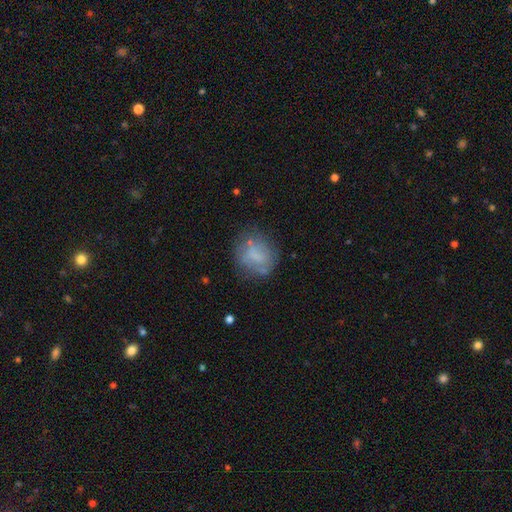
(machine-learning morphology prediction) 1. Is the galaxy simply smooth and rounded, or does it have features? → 60% smooth, 30% featured or disk, 10% star or artifact.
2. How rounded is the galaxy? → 65% round, 34% in between, 1% cigar-shaped.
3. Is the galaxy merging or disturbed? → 59% none, 23% minor disturbance, 13% major disturbance, 6% merger.